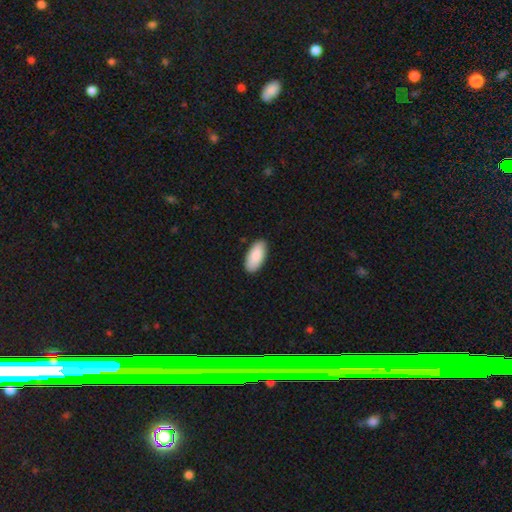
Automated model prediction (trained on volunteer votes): Q: Smooth or featured?
A: smooth (89%); runner-up: star or artifact (5%)
Q: How rounded?
A: in between (94%); runner-up: cigar-shaped (5%)
Q: Merging?
A: none (88%); runner-up: minor disturbance (9%)